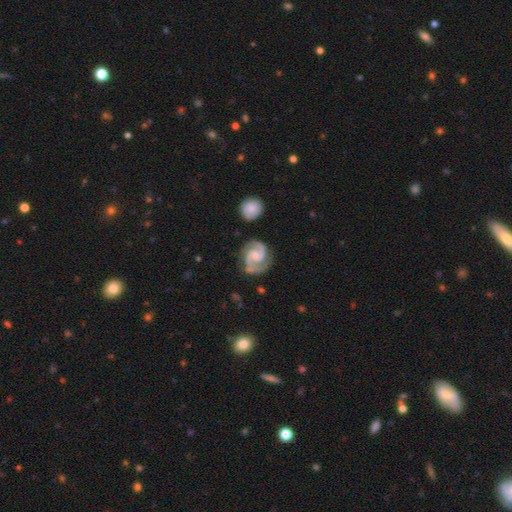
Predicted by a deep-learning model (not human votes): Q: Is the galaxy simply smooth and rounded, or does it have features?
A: featured or disk — 92%.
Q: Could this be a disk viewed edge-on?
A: no — 98%.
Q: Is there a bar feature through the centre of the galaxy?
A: no — 47%.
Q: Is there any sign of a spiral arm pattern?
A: yes — 99%.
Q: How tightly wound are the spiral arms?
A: medium — 54%.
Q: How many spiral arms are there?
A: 2 — 93%.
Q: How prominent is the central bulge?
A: small — 37%.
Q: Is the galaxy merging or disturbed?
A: none — 78%.